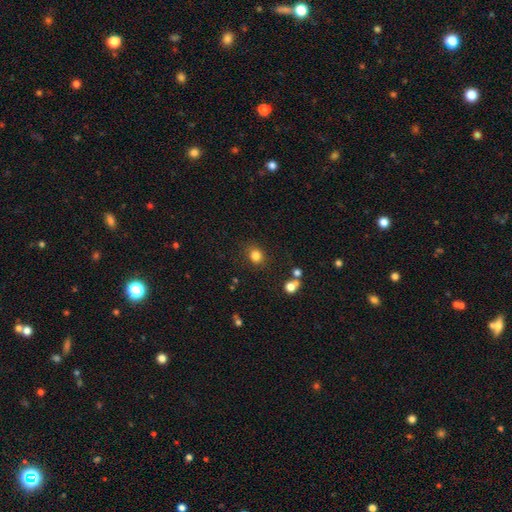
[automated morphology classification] A smooth galaxy with no disk features (82%) that is round (71%).

Vote fractions:
- Smooth or featured? smooth: 82% / star or artifact: 13% / featured or disk: 5%
- How rounded? round: 71% / in between: 28% / cigar-shaped: 1%
- Merging? none: 82% / minor disturbance: 11% / major disturbance: 4% / merger: 3%